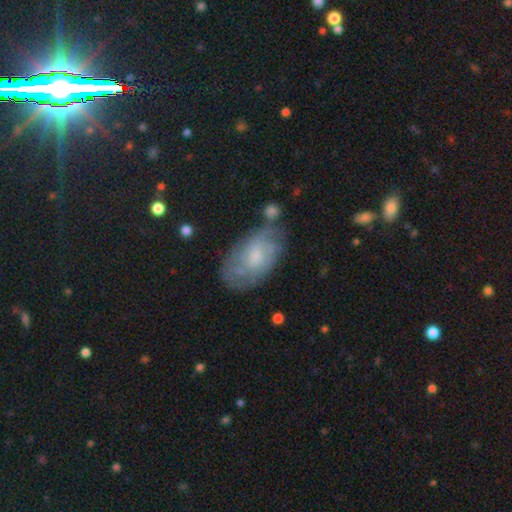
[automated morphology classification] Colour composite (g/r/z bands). It shows a featured or disk galaxy (53%). Merging: none (57%).